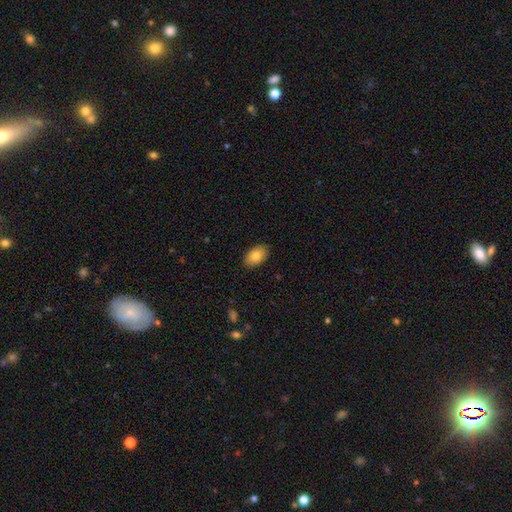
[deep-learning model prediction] A smooth galaxy with no disk features (83%) that is in between round and cigar-shaped (92%). Merging: none (88%).